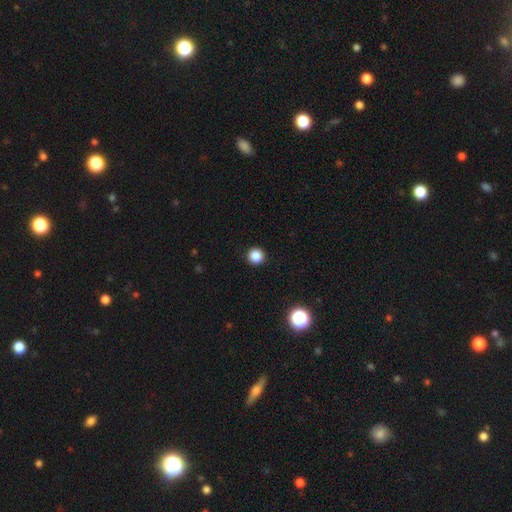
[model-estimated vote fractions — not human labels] smooth_or_featured: smooth (p=0.86) [alt: star or artifact p=0.11]
how_rounded: round (p=0.96) [alt: in between p=0.04]
merging: none (p=0.94) [alt: minor disturbance p=0.04]